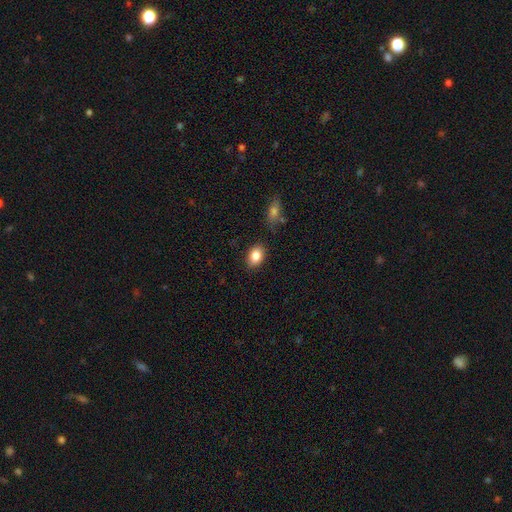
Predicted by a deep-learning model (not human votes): This appears to be a smooth galaxy with no disk features (85%) that is in between round and cigar-shaped (81%). Merging: none (84%).